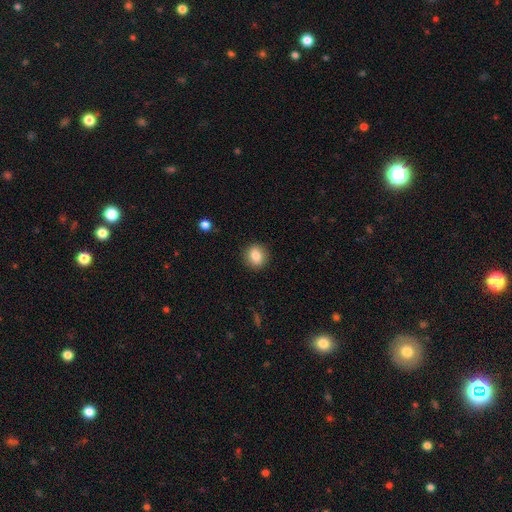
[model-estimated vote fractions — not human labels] smooth 84%, star or artifact 9%, featured or disk 7%. Down the decision tree: how rounded — round (76%); merging — none (89%).